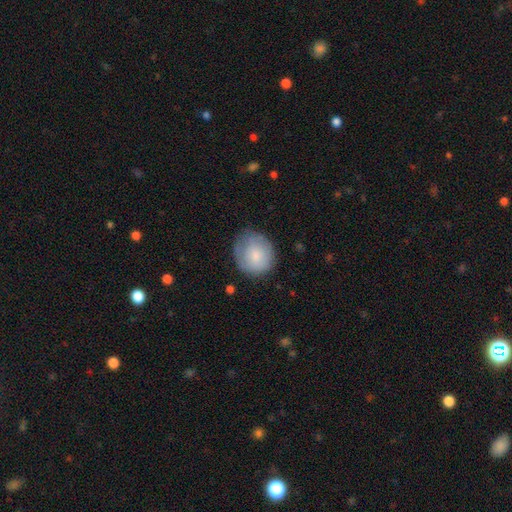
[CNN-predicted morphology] A smooth galaxy with no disk features (77%) that is round (77%). Merging: none (67%).